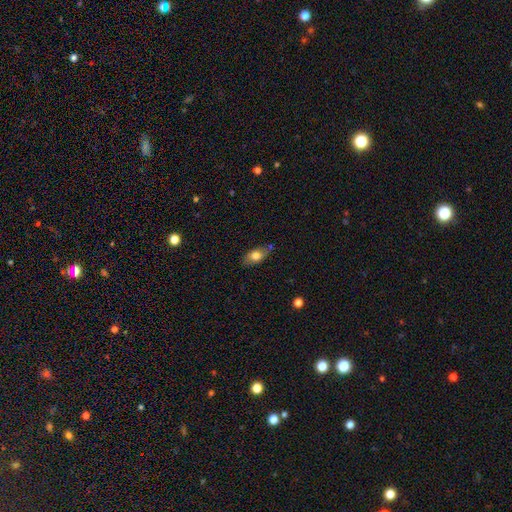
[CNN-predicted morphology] Overall: smooth (76%). How rounded: in between (88%). Merging: none (70%).